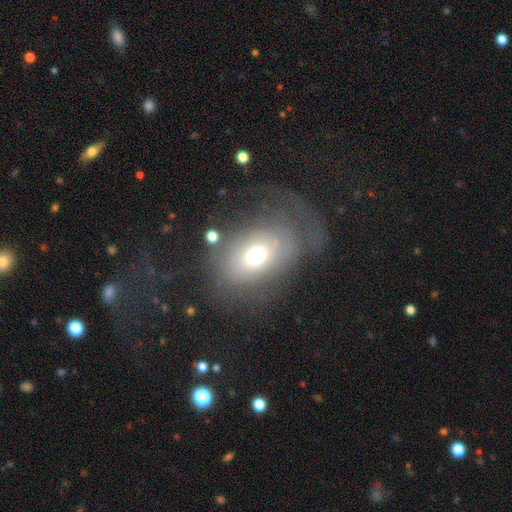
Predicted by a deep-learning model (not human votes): Morphology: type=smooth (57%); roundness=in between (65%); merging=none (42%).